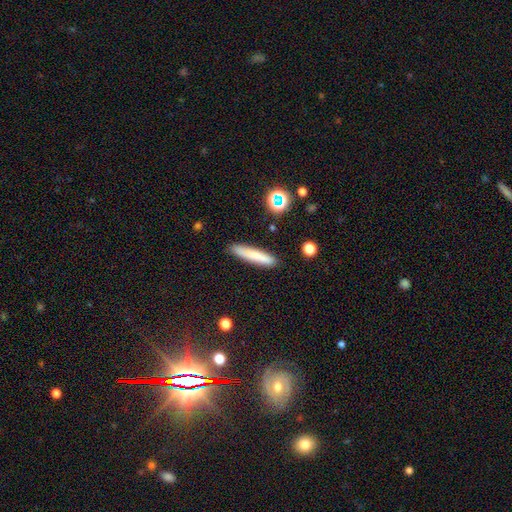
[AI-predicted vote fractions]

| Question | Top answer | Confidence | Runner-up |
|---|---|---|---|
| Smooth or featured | smooth | 76% | featured or disk (16%) |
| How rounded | cigar-shaped | 90% | in between (8%) |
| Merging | none | 88% | minor disturbance (9%) |